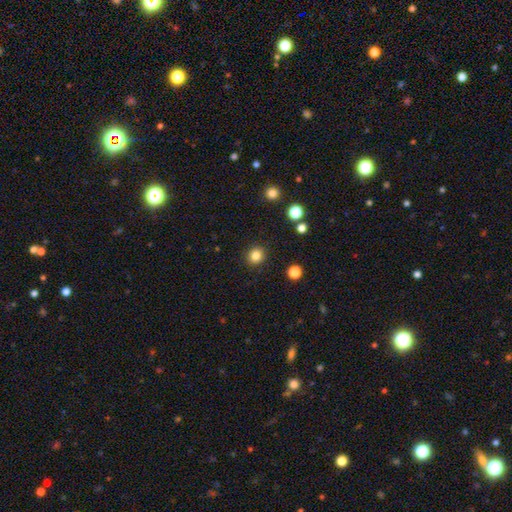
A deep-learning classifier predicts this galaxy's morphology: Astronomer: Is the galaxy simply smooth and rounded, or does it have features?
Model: smooth — 84%.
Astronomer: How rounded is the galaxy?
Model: round — 87%.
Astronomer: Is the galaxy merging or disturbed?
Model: none — 91%.